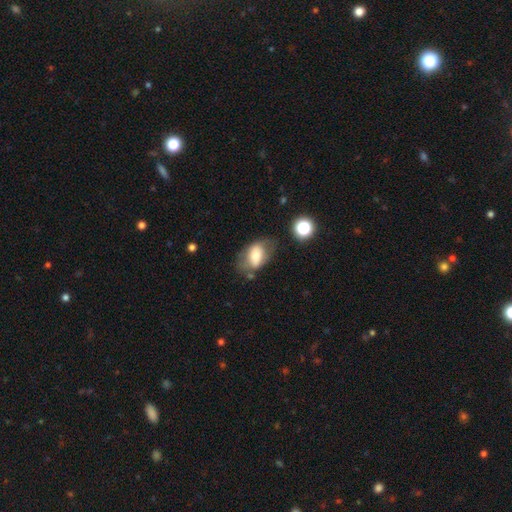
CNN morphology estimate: Smooth or featured? smooth (62%)
How rounded? in between (85%)
Merging? none (53%)